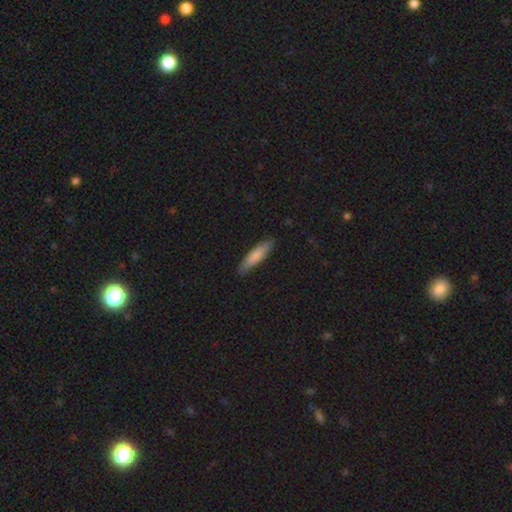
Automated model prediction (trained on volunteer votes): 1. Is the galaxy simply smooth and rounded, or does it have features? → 81% smooth, 14% featured or disk, 5% star or artifact.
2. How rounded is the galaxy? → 74% cigar-shaped, 25% in between, 1% round.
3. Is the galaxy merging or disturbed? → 86% none, 11% minor disturbance, 2% major disturbance, 1% merger.